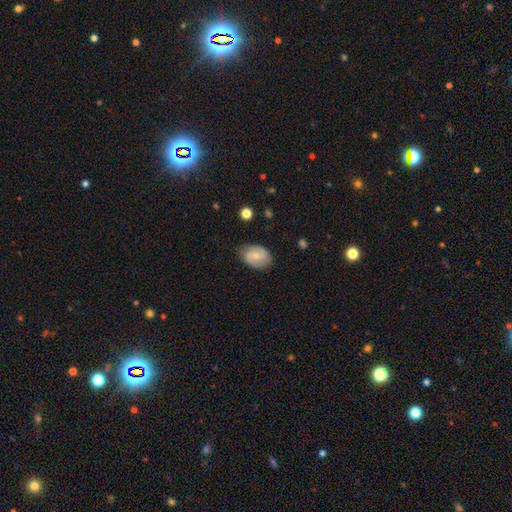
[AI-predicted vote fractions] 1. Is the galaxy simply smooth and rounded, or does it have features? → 55% featured or disk, 38% smooth, 7% star or artifact.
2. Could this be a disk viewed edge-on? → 97% no, 3% yes.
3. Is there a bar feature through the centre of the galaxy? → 53% weak, 33% no, 14% strong.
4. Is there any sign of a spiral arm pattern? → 85% yes, 15% no.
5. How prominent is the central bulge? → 50% small, 41% moderate, 7% none, 2% large, 1% dominant.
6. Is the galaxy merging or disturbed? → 80% none, 15% minor disturbance, 3% major disturbance, 1% merger.